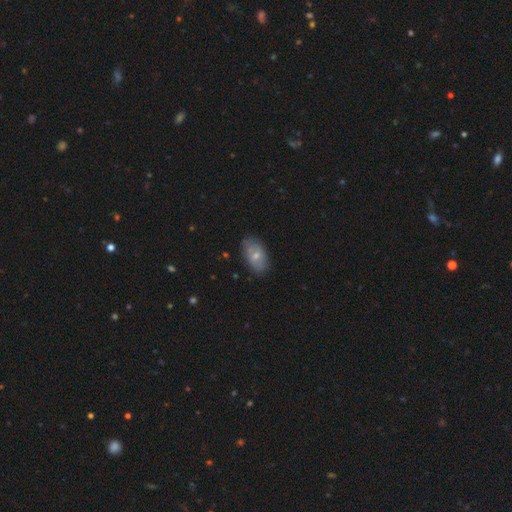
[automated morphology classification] Overall: smooth (63%; featured or disk 30%). How rounded: in between (92%). Merging: none (75%).